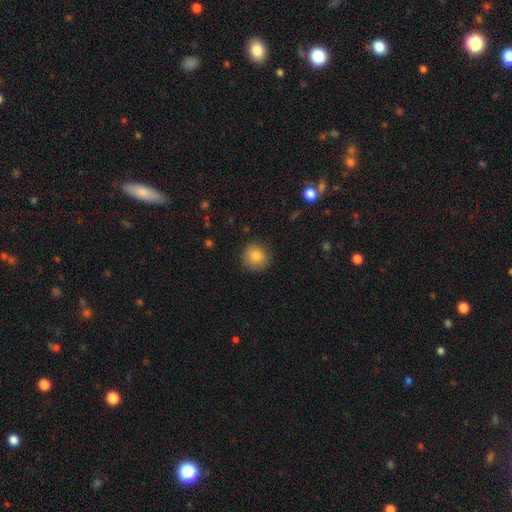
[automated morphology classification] smooth_or_featured: smooth (p=0.83) [alt: star or artifact p=0.09]
how_rounded: round (p=0.90) [alt: in between p=0.09]
merging: none (p=0.85) [alt: minor disturbance p=0.11]